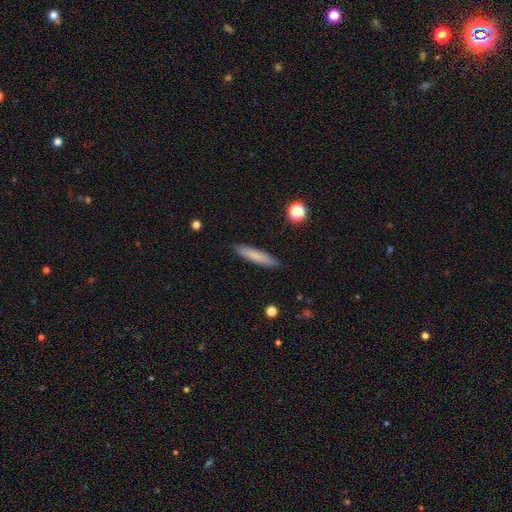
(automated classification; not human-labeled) Smooth or featured: smooth — 79% (featured or disk — 14%)
How rounded: cigar-shaped — 89% (in between — 10%)
Merging: none — 90% (minor disturbance — 7%)